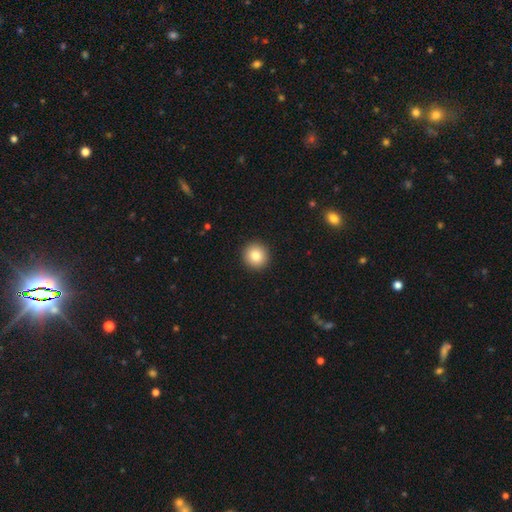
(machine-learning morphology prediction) smooth_or_featured: smooth (p=0.82) [alt: star or artifact p=0.10]
how_rounded: round (p=0.94) [alt: in between p=0.05]
merging: none (p=0.93) [alt: minor disturbance p=0.04]